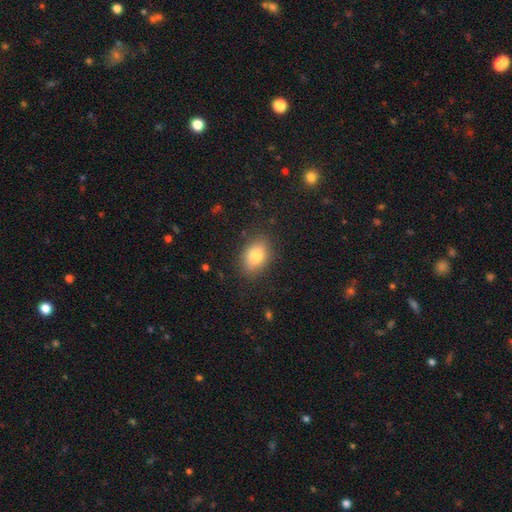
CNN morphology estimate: smooth-or-featured: smooth: 80% | featured or disk: 11% | star or artifact: 9%
  how-rounded: in between: 78% | round: 21% | cigar-shaped: 1%
  merging: none: 84% | minor disturbance: 11% | major disturbance: 3% | merger: 1%